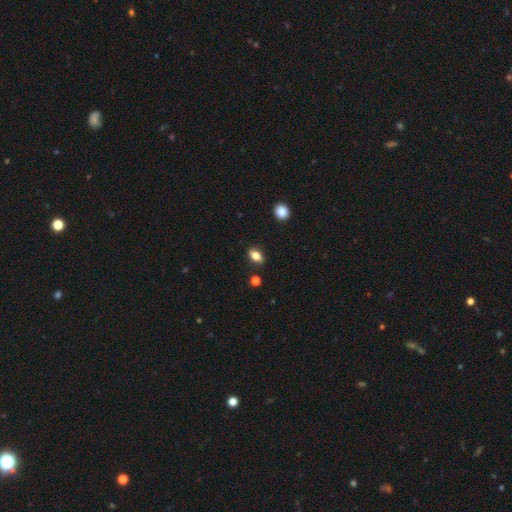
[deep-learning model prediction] Morphology: type=smooth (81%); roundness=in between (84%); merging=none (88%).